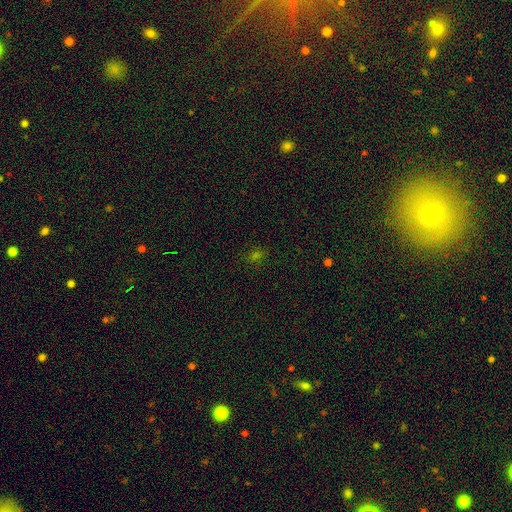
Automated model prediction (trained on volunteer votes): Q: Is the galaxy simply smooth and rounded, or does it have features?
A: smooth — 48%.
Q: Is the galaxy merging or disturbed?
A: none — 83%.